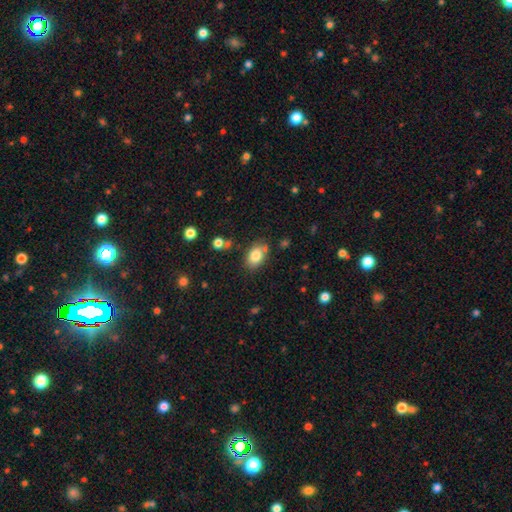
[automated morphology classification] The model was most divided on "merging": none: 76%, minor disturbance: 14%, merger: 6%, major disturbance: 4%. More confident: smooth or featured — smooth (83%); how rounded — in between (82%).